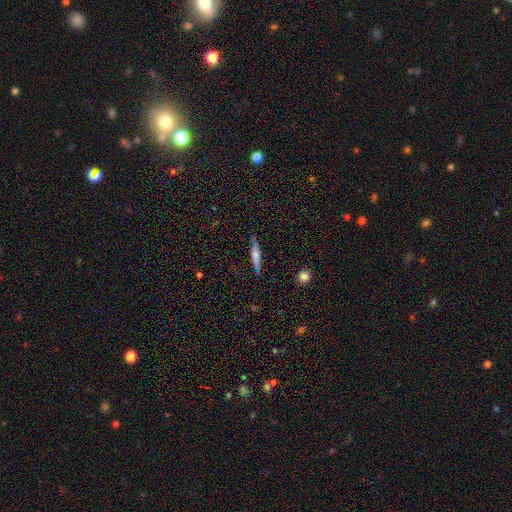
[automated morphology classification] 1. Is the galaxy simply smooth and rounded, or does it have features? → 55% smooth, 38% featured or disk, 7% star or artifact.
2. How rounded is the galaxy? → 92% cigar-shaped, 6% in between, 2% round.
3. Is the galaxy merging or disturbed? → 87% none, 10% minor disturbance, 2% major disturbance, 2% merger.